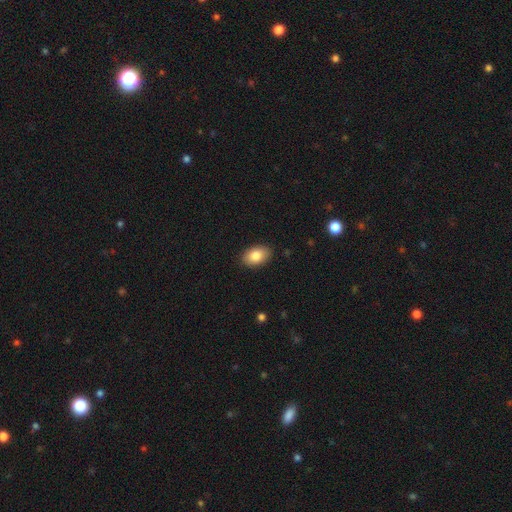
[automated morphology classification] Smooth or featured? smooth (84%)
How rounded? in between (89%)
Merging? none (89%)